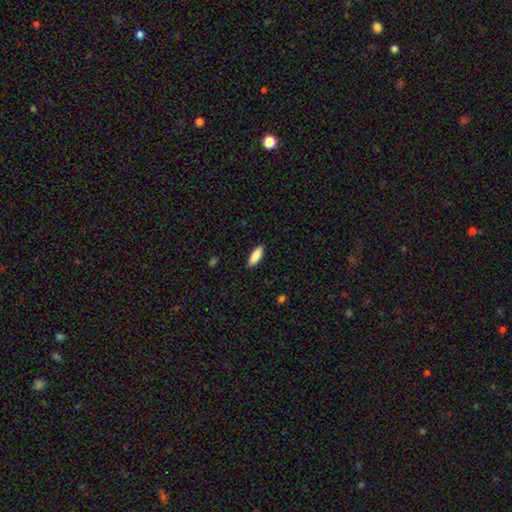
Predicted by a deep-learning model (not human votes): This is clearly a smooth galaxy (88%). How rounded: likely in between (64%). Merging: clearly none (89%).